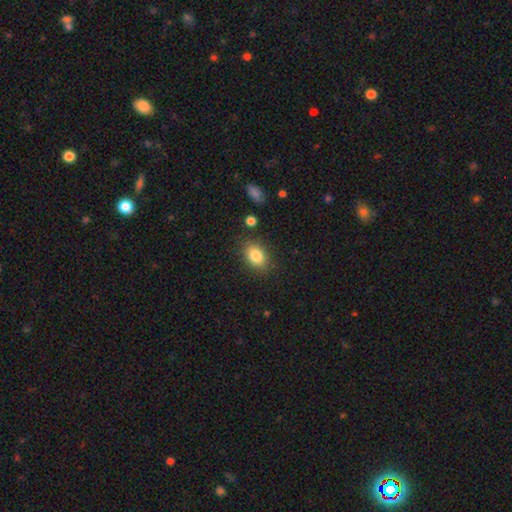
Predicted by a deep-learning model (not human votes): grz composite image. It shows a smooth galaxy with no disk features (84%) that is in between round and cigar-shaped (80%). Merging: none (83%).